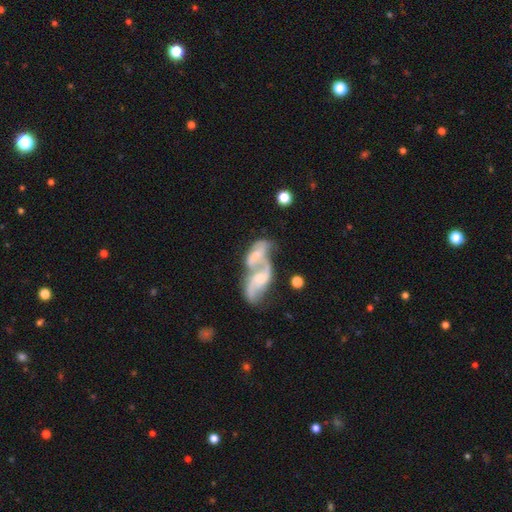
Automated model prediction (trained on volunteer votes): The model was most divided on "bulge size": small: 40%, moderate: 39%, none: 15%, large: 5%, dominant: 1%. More confident: edge-on disk — no (94%); merging — merger (77%); spiral arms — yes (76%); smooth or featured — featured or disk (69%); bar — no (52%).